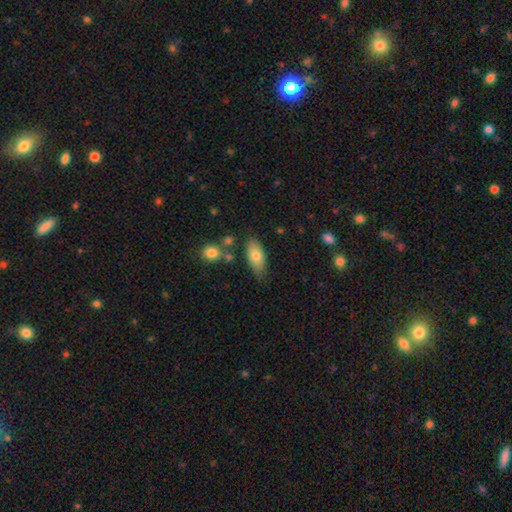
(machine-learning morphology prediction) Smooth or featured? smooth (75%)
How rounded? in between (87%)
Merging? none (70%)